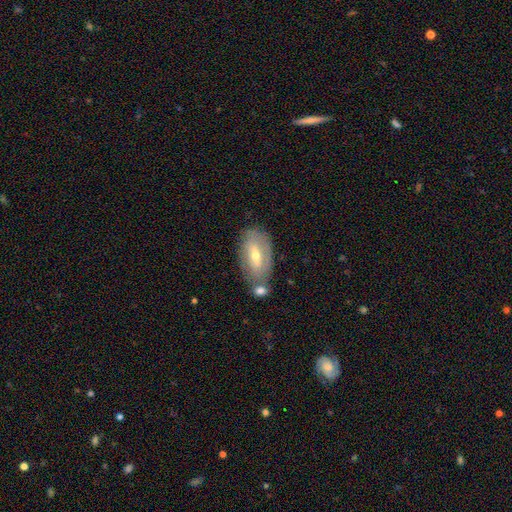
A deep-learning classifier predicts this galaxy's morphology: The model was most divided on "smooth or featured": featured or disk: 56%, smooth: 37%, star or artifact: 7%. More confident: edge-on disk — no (87%); merging — none (59%).